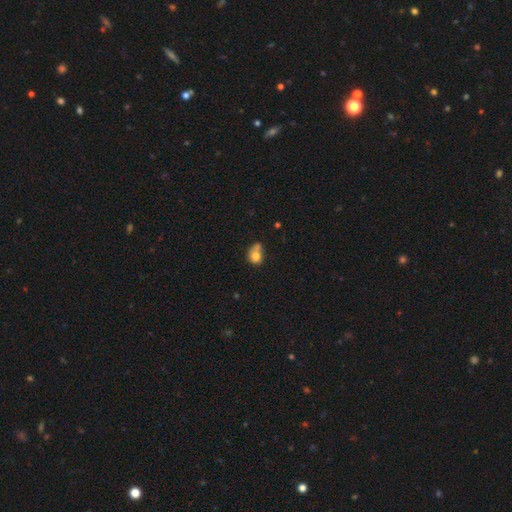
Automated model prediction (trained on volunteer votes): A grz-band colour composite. It shows a smooth galaxy with no disk features (76%) that is round (59%). Merging: merger (40%).